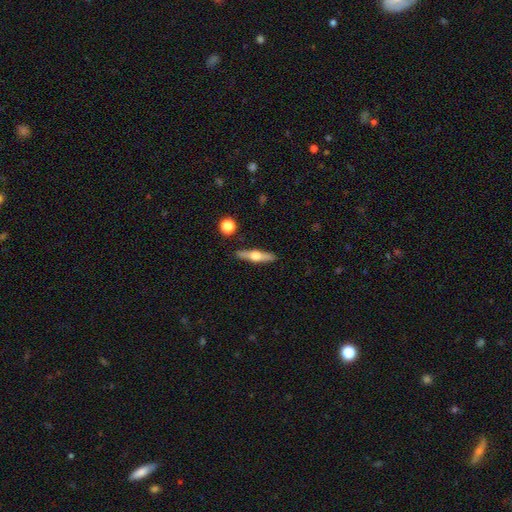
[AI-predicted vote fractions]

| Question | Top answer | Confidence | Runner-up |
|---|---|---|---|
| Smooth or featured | featured or disk | 56% | smooth (38%) |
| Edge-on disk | yes | 93% | no (7%) |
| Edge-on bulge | rounded | 95% | none (3%) |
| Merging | none | 89% | minor disturbance (7%) |